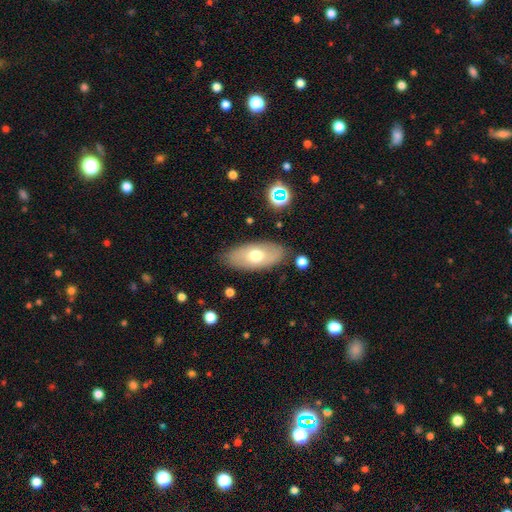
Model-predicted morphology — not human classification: A smooth galaxy with no disk features (62%) that is in between round and cigar-shaped (89%).

Vote fractions:
- Smooth or featured? smooth: 62% / featured or disk: 31% / star or artifact: 7%
- How rounded? in between: 89% / cigar-shaped: 7% / round: 3%
- Merging? none: 83% / minor disturbance: 12% / major disturbance: 3% / merger: 2%